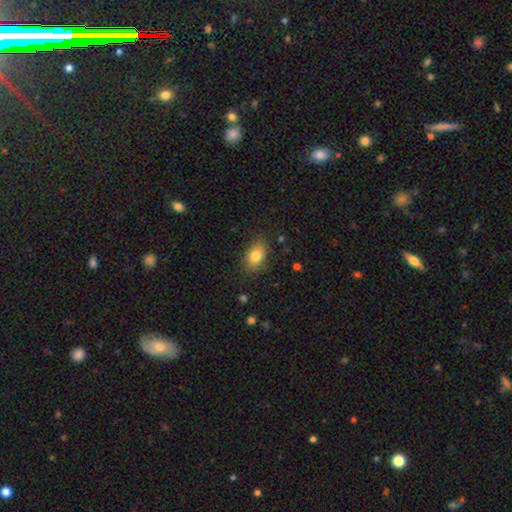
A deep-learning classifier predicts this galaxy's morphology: This appears to be a smooth galaxy with no disk features (81%) that is in between round and cigar-shaped (86%). Merging: none (83%).